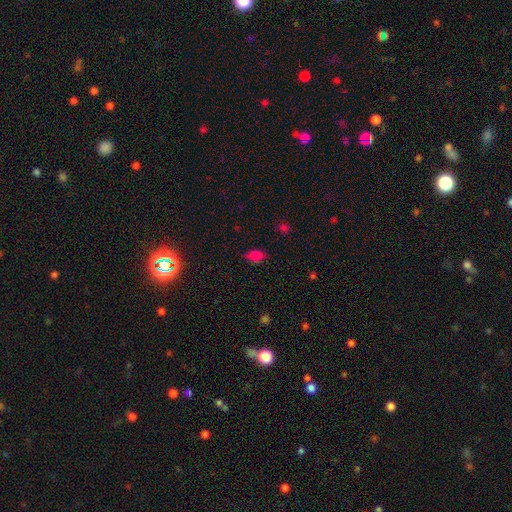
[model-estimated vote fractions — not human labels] Q: Smooth or featured?
A: smooth (79%); runner-up: star or artifact (16%)
Q: How rounded?
A: in between (84%); runner-up: round (14%)
Q: Merging?
A: none (77%); runner-up: minor disturbance (18%)